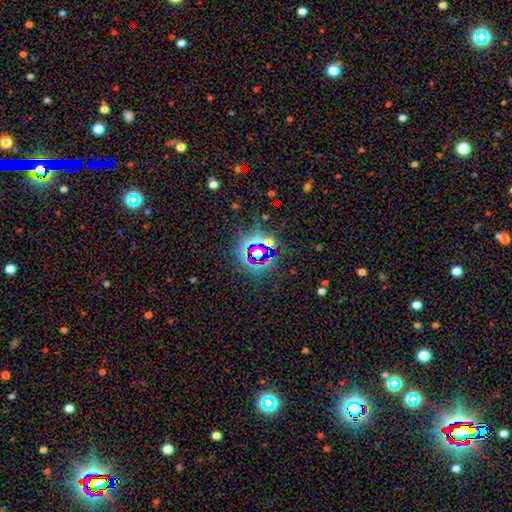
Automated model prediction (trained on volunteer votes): A star or artifact, not a galaxy (78%).